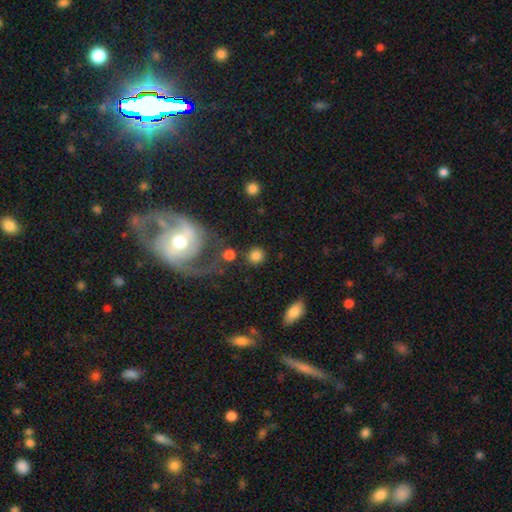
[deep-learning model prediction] Smooth or featured? smooth (81%)
How rounded? round (89%)
Merging? none (78%)